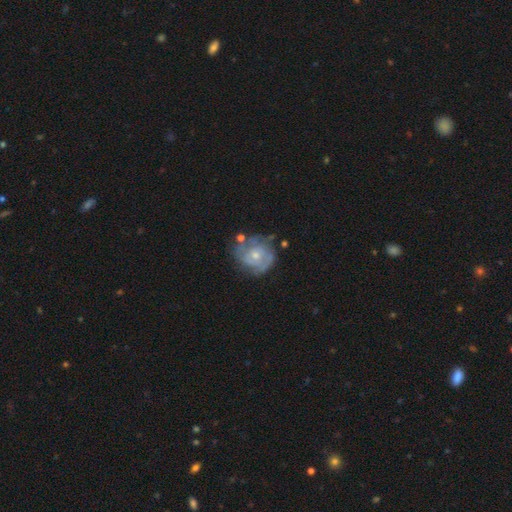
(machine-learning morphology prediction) Smooth or featured: featured or disk — 67% (smooth — 26%)
Edge-on disk: no — 98% (yes — 2%)
Bar: no — 81% (weak — 17%)
Spiral arms: yes — 67% (no — 33%)
Bulge size: small — 54% (moderate — 41%)
Merging: none — 52% (minor disturbance — 27%)